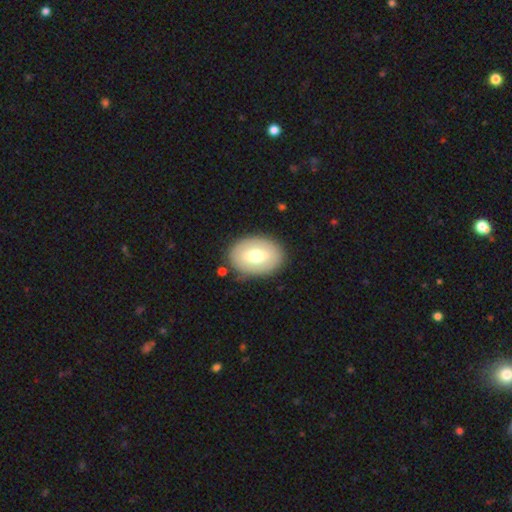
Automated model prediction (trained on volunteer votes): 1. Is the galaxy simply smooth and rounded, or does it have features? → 61% smooth, 33% featured or disk, 6% star or artifact.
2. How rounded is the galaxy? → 79% in between, 20% round, 1% cigar-shaped.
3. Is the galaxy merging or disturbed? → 84% none, 10% minor disturbance, 3% major disturbance, 2% merger.